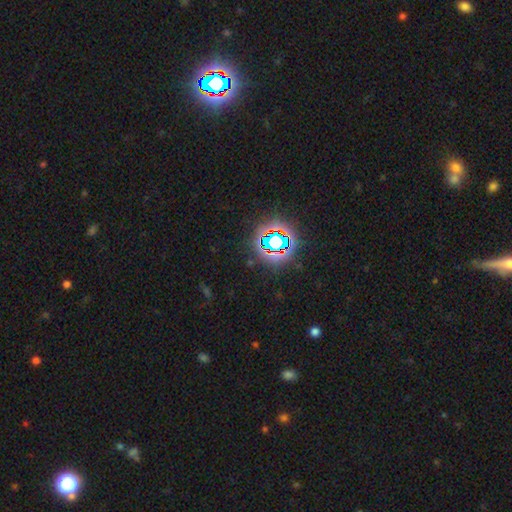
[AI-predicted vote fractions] Smooth or featured: star or artifact — 83% (smooth — 10%)